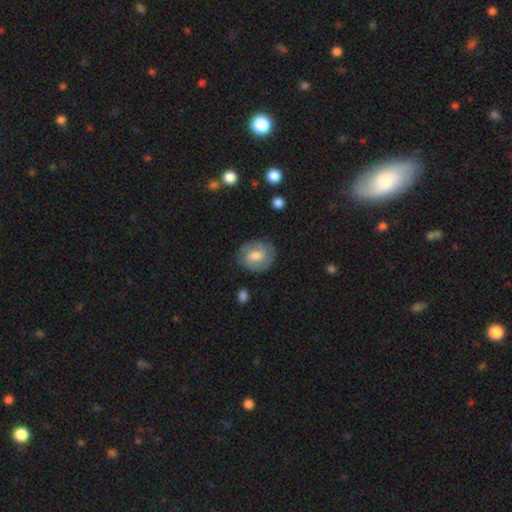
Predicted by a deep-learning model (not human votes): Smooth or featured: featured or disk — 52% (smooth — 41%)
Edge-on disk: no — 97% (yes — 3%)
Bar: weak — 49% (no — 38%)
Spiral arms: yes — 79% (no — 21%)
Bulge size: moderate — 60% (small — 19%)
Merging: none — 79% (minor disturbance — 15%)